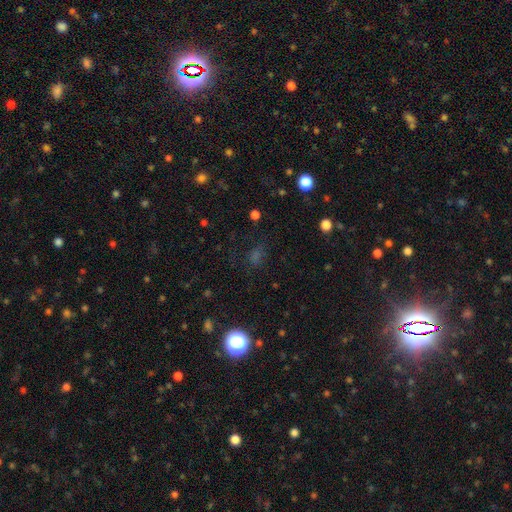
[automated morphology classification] A star or artifact, not a galaxy (47%).